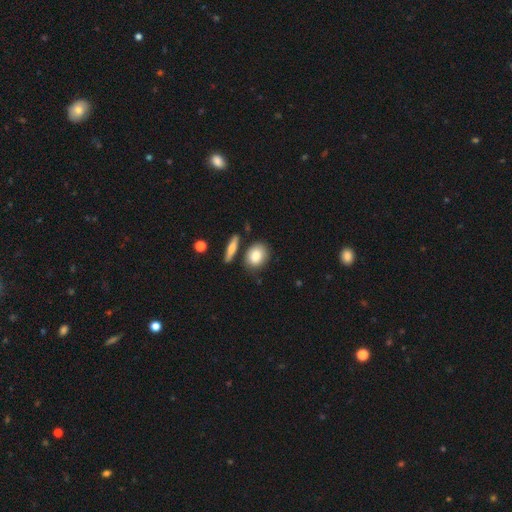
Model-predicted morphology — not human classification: The model was most divided on "how rounded": in between: 52%, round: 44%, cigar-shaped: 4%. More confident: smooth or featured — smooth (83%); merging — none (74%).